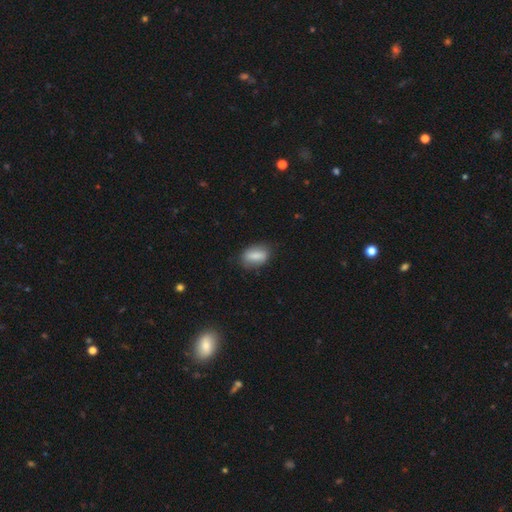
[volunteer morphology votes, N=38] This is clearly a smooth galaxy (84%). How rounded: clearly in between (84%). Merging: clearly none (81%).